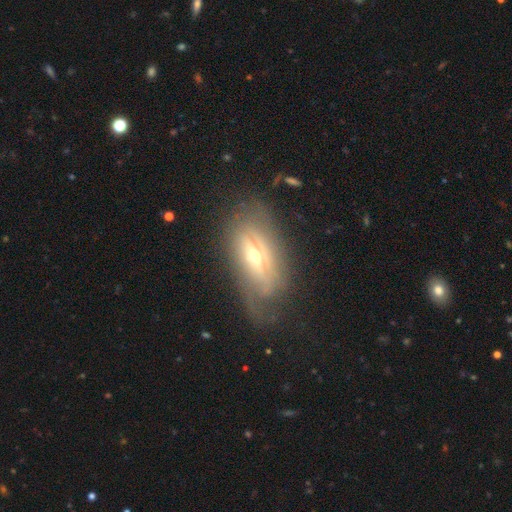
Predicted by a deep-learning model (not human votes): Overall: featured or disk (66%). Edge-on disk: yes (60%; no 40%). Merging: none (59%; minor disturbance 24%).